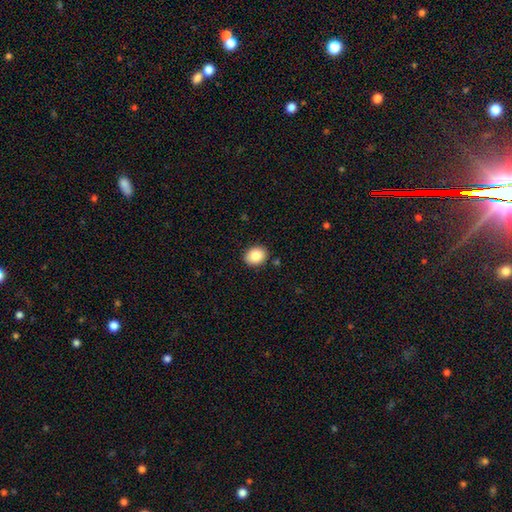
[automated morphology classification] Q: Smooth or featured?
A: smooth (85%); runner-up: star or artifact (8%)
Q: How rounded?
A: round (54%); runner-up: in between (46%)
Q: Merging?
A: none (89%); runner-up: minor disturbance (8%)